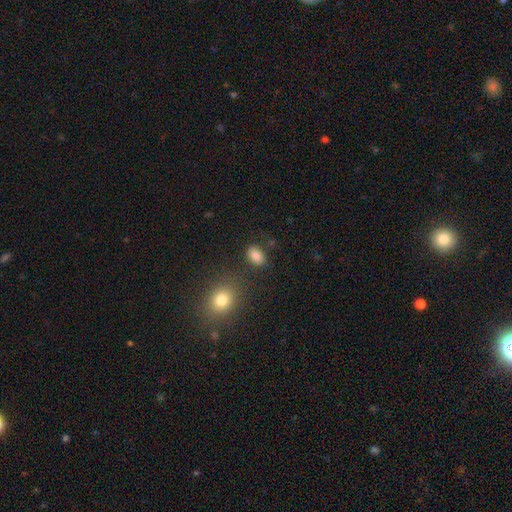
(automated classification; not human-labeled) Smooth or featured?
  - smooth: 83% *
  - star or artifact: 11%
  - featured or disk: 7%
How rounded?
  - in between: 80% *
  - round: 19%
  - cigar-shaped: 1%
Merging?
  - none: 80% *
  - minor disturbance: 11%
  - merger: 5%
  - major disturbance: 4%